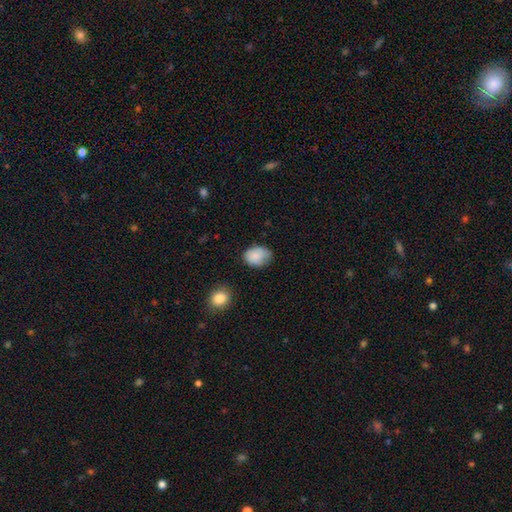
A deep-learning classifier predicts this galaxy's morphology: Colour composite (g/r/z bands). It shows a smooth galaxy with no disk features (85%) that is in between round and cigar-shaped (63%). Merging: none (63%).